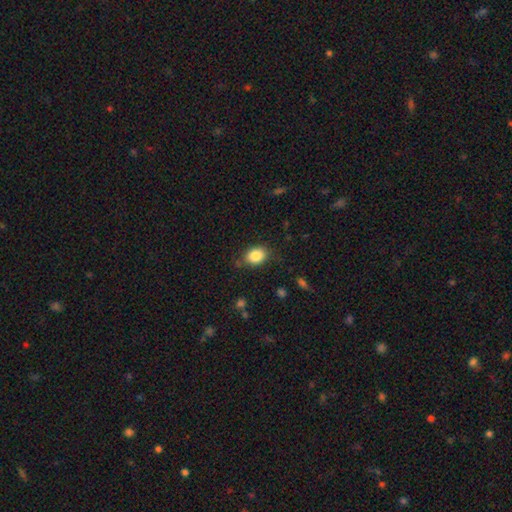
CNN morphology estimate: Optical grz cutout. It shows a smooth galaxy with no disk features (86%) that is in between round and cigar-shaped (71%). Merging: none (80%).